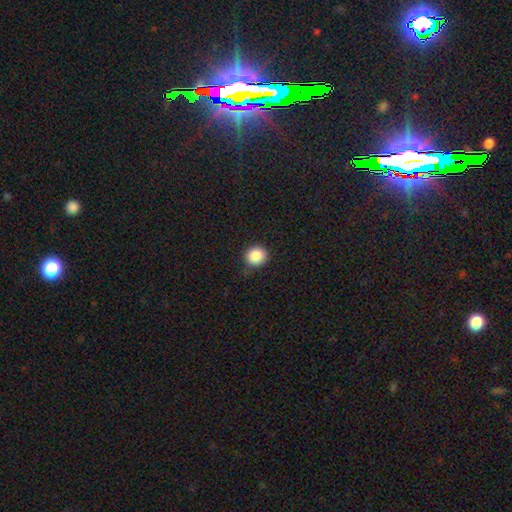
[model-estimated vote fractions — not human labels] This appears to be a smooth galaxy with no disk features (87%) that is round (90%). Merging: none (84%).